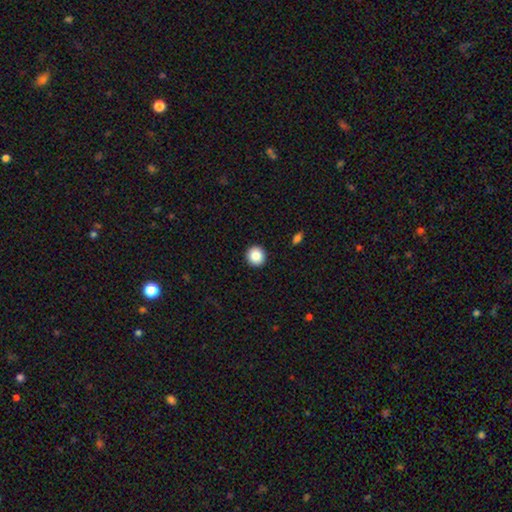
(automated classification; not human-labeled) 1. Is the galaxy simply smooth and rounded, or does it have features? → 86% smooth, 9% star or artifact, 5% featured or disk.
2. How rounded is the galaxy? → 93% round, 6% in between, 1% cigar-shaped.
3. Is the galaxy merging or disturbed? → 93% none, 4% minor disturbance, 2% major disturbance, 1% merger.